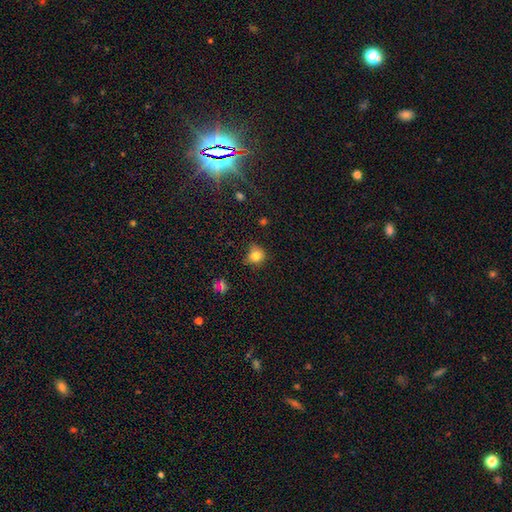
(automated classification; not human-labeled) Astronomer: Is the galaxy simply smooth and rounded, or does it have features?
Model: smooth — 81%.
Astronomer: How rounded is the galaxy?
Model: round — 83%.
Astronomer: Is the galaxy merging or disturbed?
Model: none — 69%.